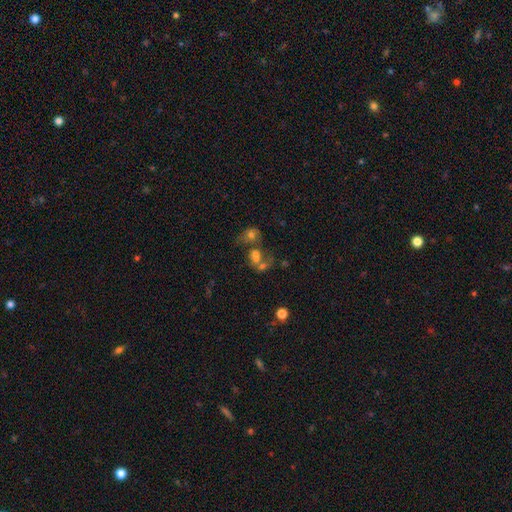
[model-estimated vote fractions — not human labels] smooth 57%, featured or disk 26%, star or artifact 18%. Down the decision tree: how rounded — in between (56%); merging — merger (61%).